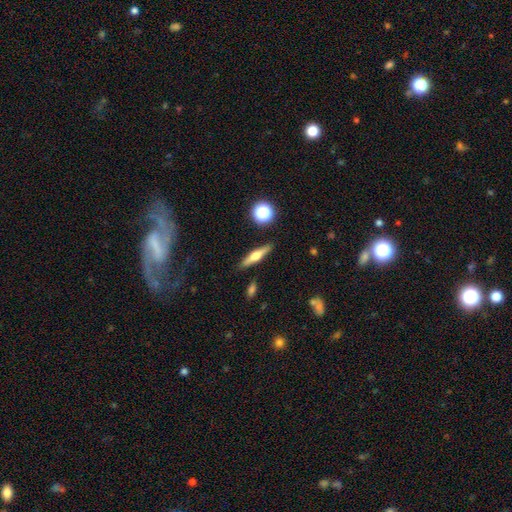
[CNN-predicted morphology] type=featured or disk (52%); edge-on=yes (94%); merging=none (88%).